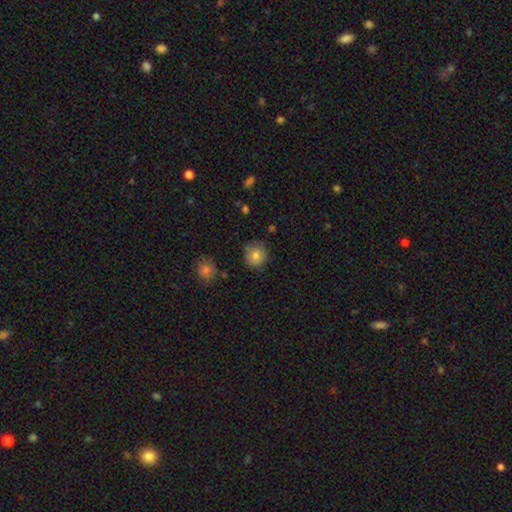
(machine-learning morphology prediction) Smooth or featured? Predicted: smooth (p=0.81). How rounded? Predicted: round (p=0.91). Merging? Predicted: none (p=0.81).